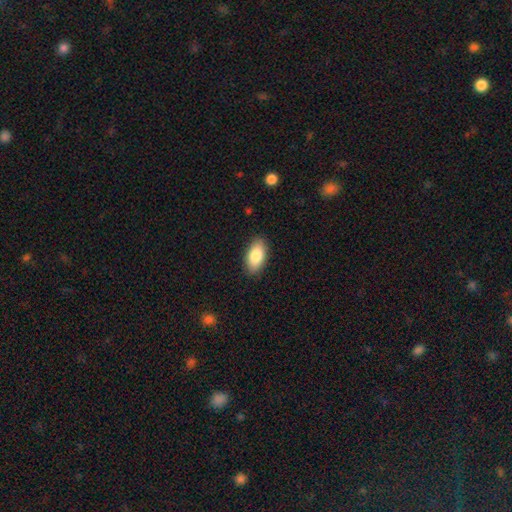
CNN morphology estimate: smooth 86%, featured or disk 8%, star or artifact 6%. Down the decision tree: how rounded — in between (93%); merging — none (88%).